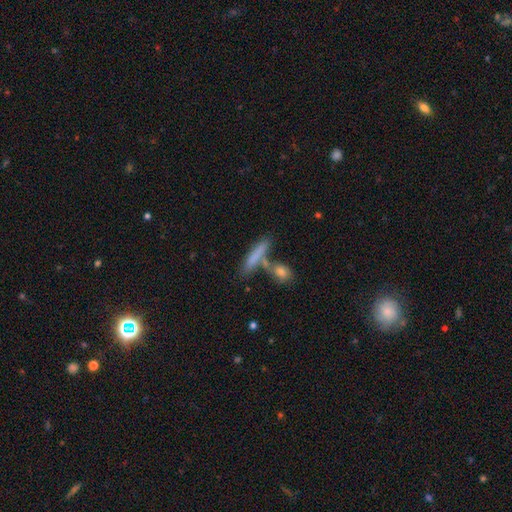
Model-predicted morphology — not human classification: This is likely a smooth galaxy (74%). How rounded: likely cigar-shaped (80%). Merging: possibly none (59%).